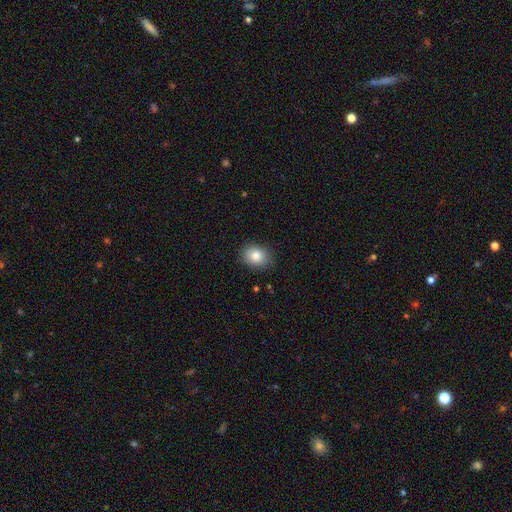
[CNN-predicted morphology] Smooth or featured?
  - smooth: 84% *
  - star or artifact: 9%
  - featured or disk: 7%
How rounded?
  - in between: 54% *
  - round: 45%
  - cigar-shaped: 1%
Merging?
  - none: 88% *
  - minor disturbance: 9%
  - major disturbance: 2%
  - merger: 1%